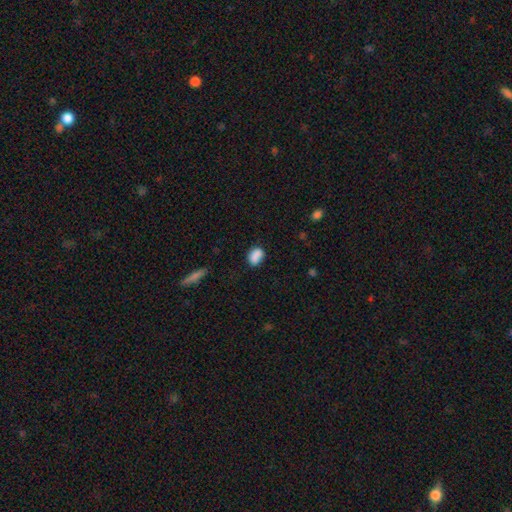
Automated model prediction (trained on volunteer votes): Smooth or featured?
  - smooth: 83% *
  - star or artifact: 9%
  - featured or disk: 8%
How rounded?
  - in between: 71% *
  - round: 27%
  - cigar-shaped: 2%
Merging?
  - none: 59% *
  - minor disturbance: 22%
  - merger: 13%
  - major disturbance: 6%